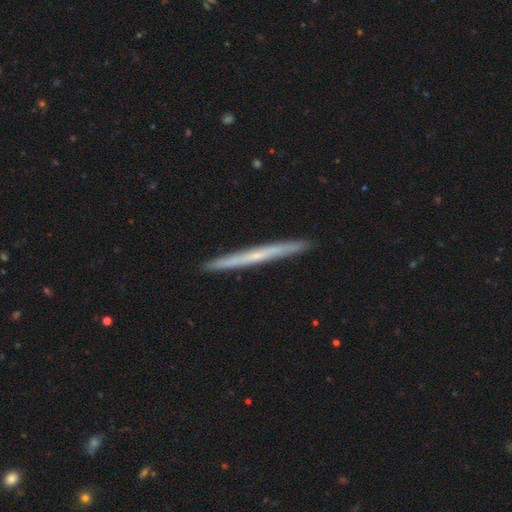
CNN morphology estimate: Overall: featured or disk (60%; smooth 34%). Edge-on disk: yes (97%). Edge-on bulge: none (72%). Merging: none (92%).